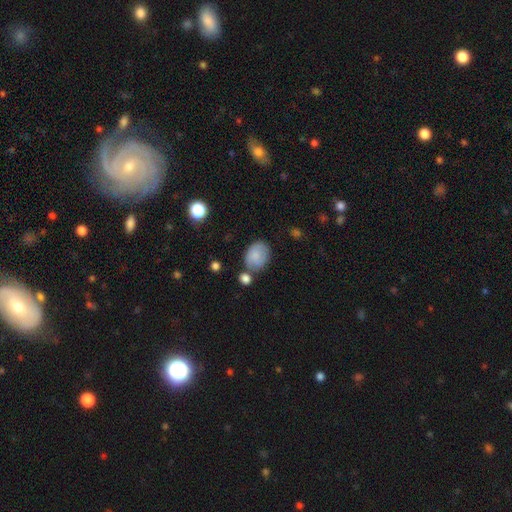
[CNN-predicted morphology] This appears to be a smooth galaxy with no disk features (80%) that is in between round and cigar-shaped (66%). Merging: none (61%).